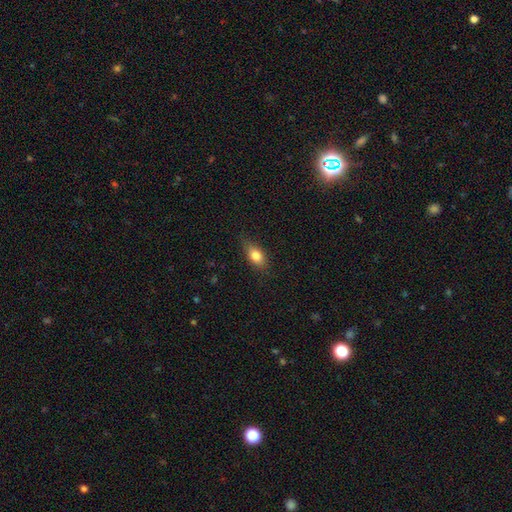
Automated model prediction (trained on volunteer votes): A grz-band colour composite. It shows a smooth galaxy with no disk features (81%) that is in between round and cigar-shaped (82%). Merging: none (74%).